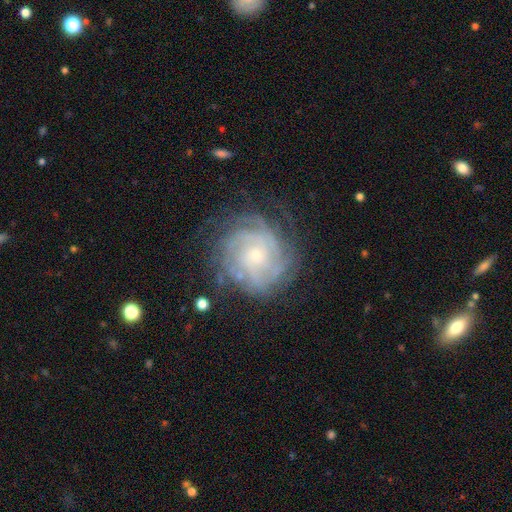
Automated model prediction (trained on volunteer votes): Morphology: type=featured or disk (83%); edge-on=no (97%); bar=no (78%); spiral arms=yes (95%); winding=tight (74%); arm count=can't tell (36%); bulge=small (71%); merging=none (73%).